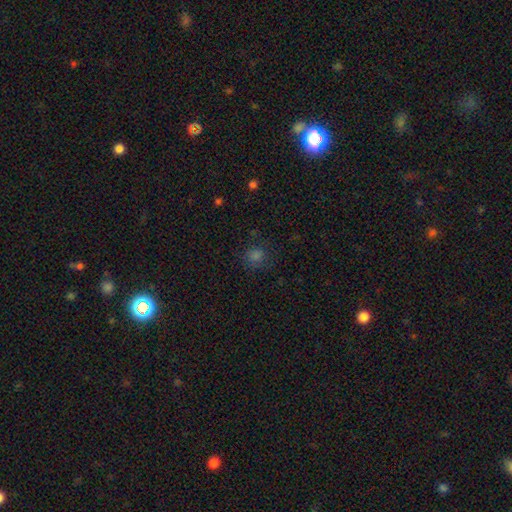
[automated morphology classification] Overall: smooth (69%). How rounded: round (85%). Merging: none (80%).